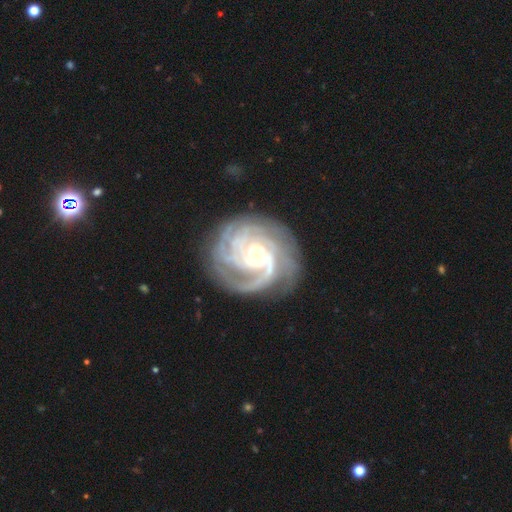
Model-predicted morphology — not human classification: The model was most divided on "spiral arm count": 3: 28%, 4: 24%, can't tell: 17%, 2: 13%, more than 4: 10%, 1: 8%. More confident: spiral arms — yes (98%); edge-on disk — no (98%); smooth or featured — featured or disk (91%); merging — none (77%); spiral winding — tight (73%); bulge size — small (63%); bar — no (51%).